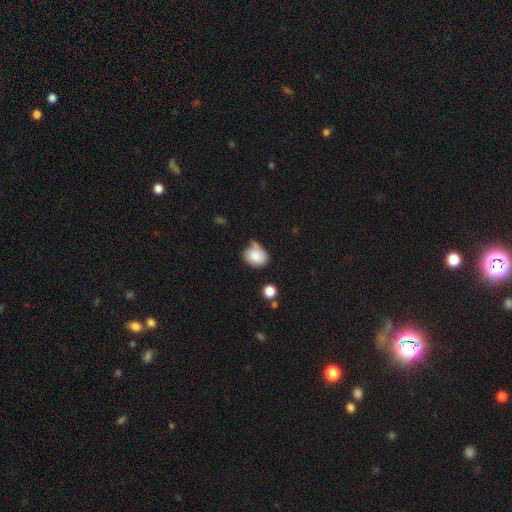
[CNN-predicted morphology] Smooth or featured? smooth (83%)
How rounded? round (53%)
Merging? none (47%)